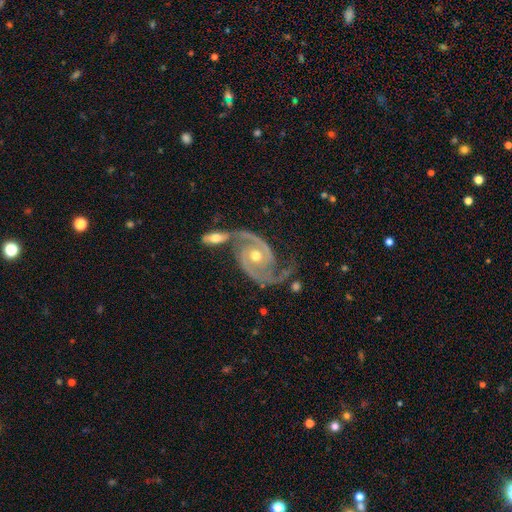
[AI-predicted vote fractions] Smooth or featured: featured or disk — 93% (star or artifact — 5%)
Edge-on disk: no — 97% (yes — 3%)
Bar: no — 66% (weak — 24%)
Spiral arms: yes — 98% (no — 2%)
Spiral winding: medium — 55% (tight — 31%)
Spiral arm count: 2 — 92% (3 — 2%)
Bulge size: moderate — 68% (small — 28%)
Merging: none — 48% (merger — 27%)